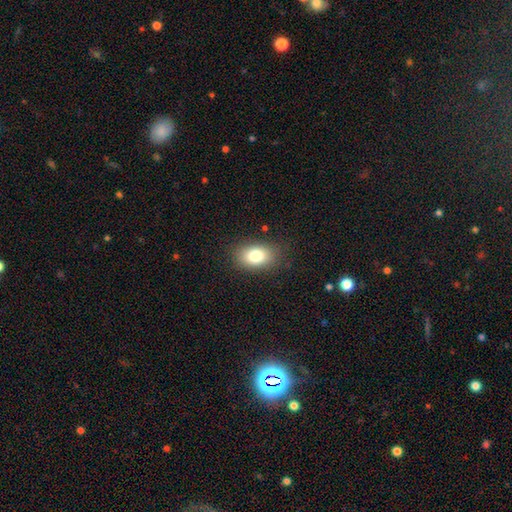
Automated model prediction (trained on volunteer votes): A smooth galaxy with no disk features (81%) that is in between round and cigar-shaped (83%).

Vote fractions:
- Smooth or featured? smooth: 81% / featured or disk: 10% / star or artifact: 9%
- How rounded? in between: 83% / round: 15% / cigar-shaped: 1%
- Merging? none: 85% / minor disturbance: 11% / major disturbance: 3% / merger: 1%